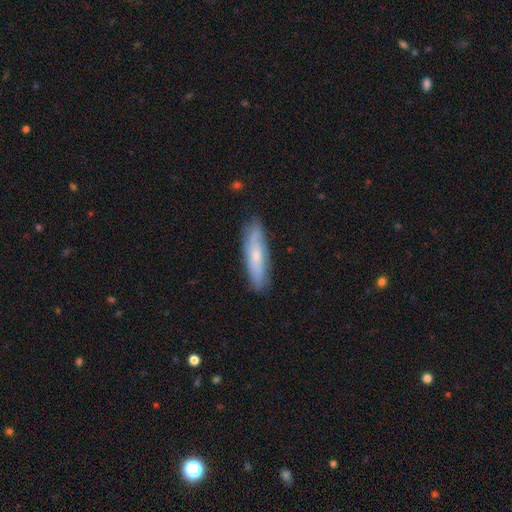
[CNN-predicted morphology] Smooth or featured? smooth (47%, tied with featured or disk)
Merging? none (83%)